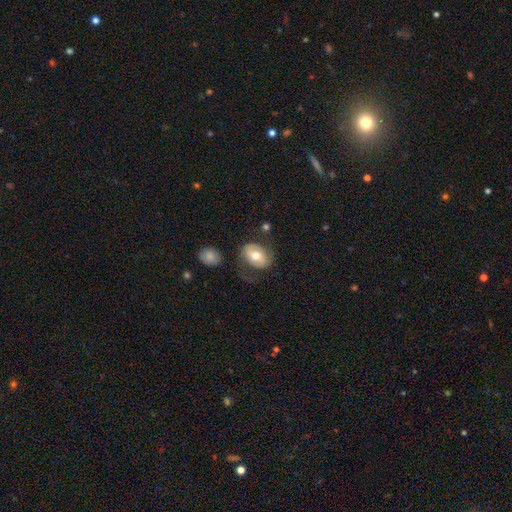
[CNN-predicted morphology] The model was most divided on "smooth or featured": smooth: 58%, featured or disk: 35%, star or artifact: 7%. More confident: how rounded — in between (75%); merging — none (54%).